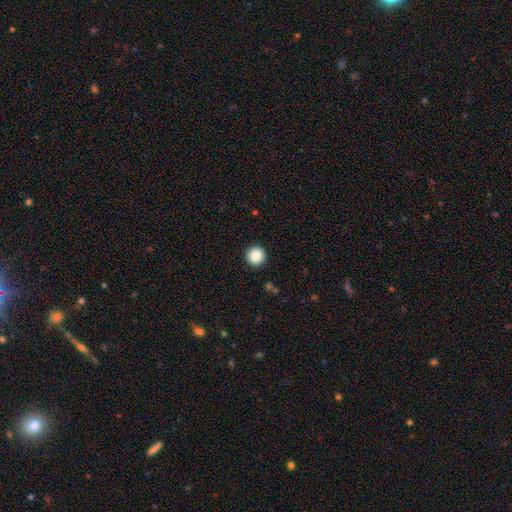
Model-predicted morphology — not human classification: This is clearly a smooth galaxy (86%). How rounded: clearly round (96%). Merging: clearly none (94%).